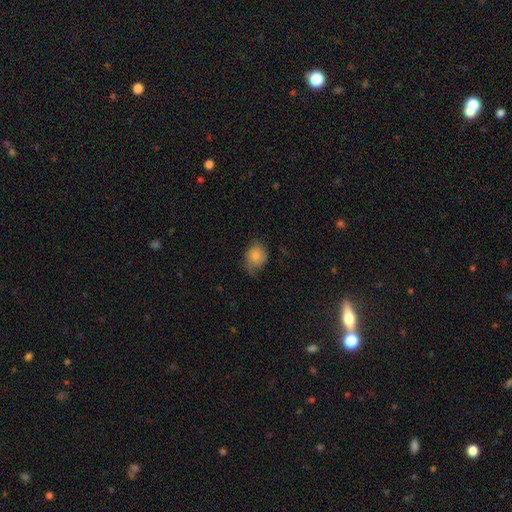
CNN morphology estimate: A smooth galaxy with no disk features (71%) that is in between round and cigar-shaped (57%).

Vote fractions:
- Smooth or featured? smooth: 71% / featured or disk: 21% / star or artifact: 8%
- How rounded? in between: 57% / round: 42% / cigar-shaped: 1%
- Merging? none: 50% / minor disturbance: 34% / major disturbance: 15% / merger: 1%